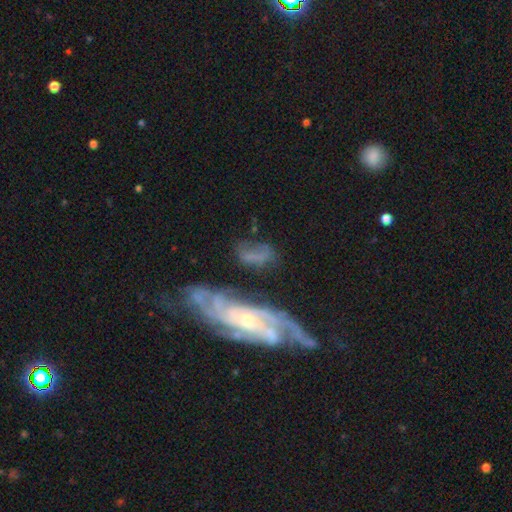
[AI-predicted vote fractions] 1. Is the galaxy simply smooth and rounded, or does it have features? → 64% featured or disk, 26% smooth, 10% star or artifact.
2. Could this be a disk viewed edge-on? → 89% no, 11% yes.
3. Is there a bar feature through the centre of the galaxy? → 53% no, 32% weak, 15% strong.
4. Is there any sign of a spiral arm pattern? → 88% yes, 12% no.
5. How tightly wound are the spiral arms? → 44% tight, 38% medium, 18% loose.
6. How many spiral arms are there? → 32% 2, 31% can't tell, 18% 3, 9% 4, 5% 1, 5% more than 4.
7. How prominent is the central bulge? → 46% small, 32% moderate, 15% none, 5% large, 2% dominant.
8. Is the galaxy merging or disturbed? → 50% none, 21% minor disturbance, 18% major disturbance, 12% merger.